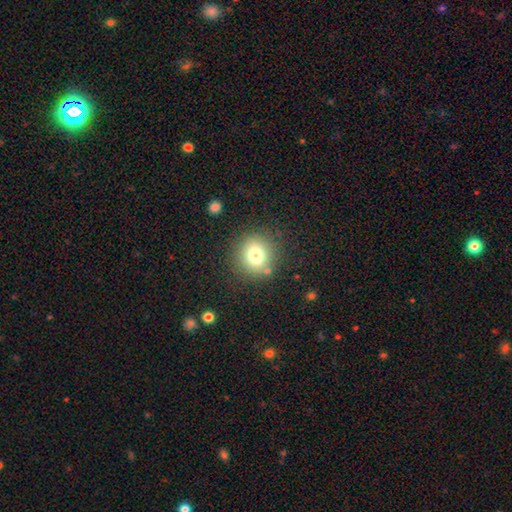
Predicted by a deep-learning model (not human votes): Morphology: type=smooth (75%); roundness=round (88%); merging=none (84%).